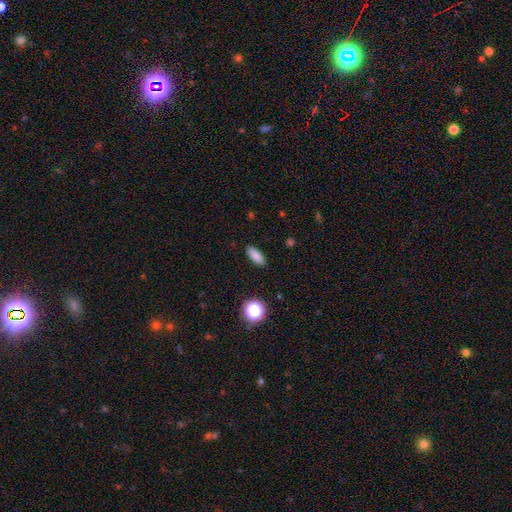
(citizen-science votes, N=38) smooth-or-featured: smooth: 89% | star or artifact: 8% | featured or disk: 3%
  how-rounded: in between: 65% | cigar-shaped: 29% | round: 6%
  merging: none: 97% | minor disturbance: 3% | major disturbance: 0% | merger: 0%